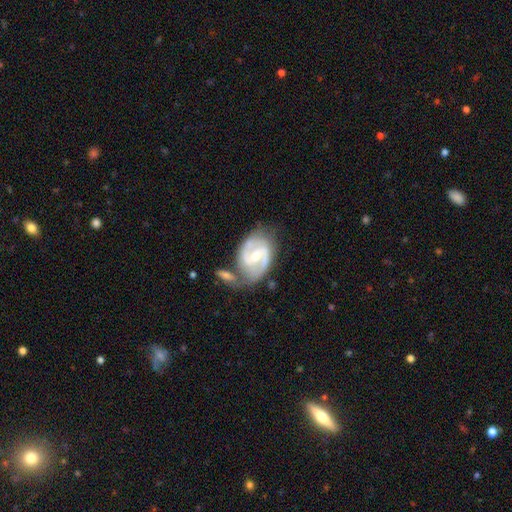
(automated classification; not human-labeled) This appears to be a featured or disk galaxy (88%) with a weak bar (53%), 2 (90%) medium (56%) spiral arms (96%) and a moderate central bulge (51%). Merging: none (56%).